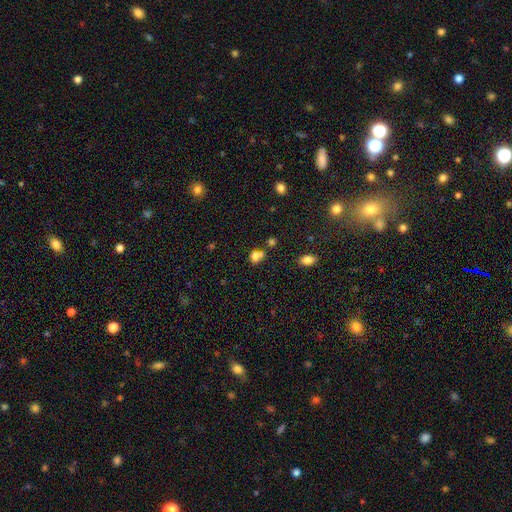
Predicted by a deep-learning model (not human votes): Smooth or featured? smooth (76%)
How rounded? round (60%)
Merging? merger (49%)